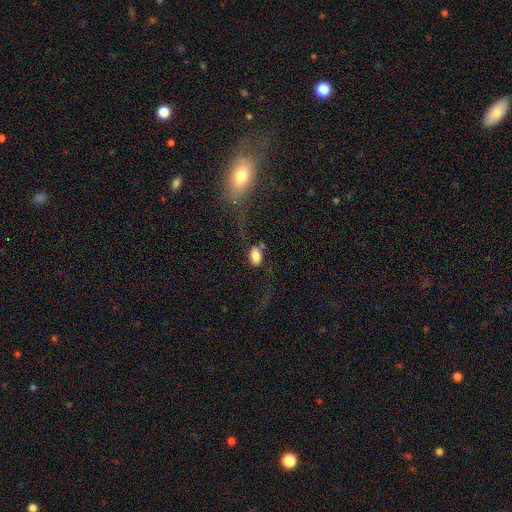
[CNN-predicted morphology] smooth-or-featured: smooth: 72% | featured or disk: 19% | star or artifact: 9%
  how-rounded: in between: 84% | round: 13% | cigar-shaped: 2%
  merging: none: 46% | major disturbance: 23% | minor disturbance: 18% | merger: 13%